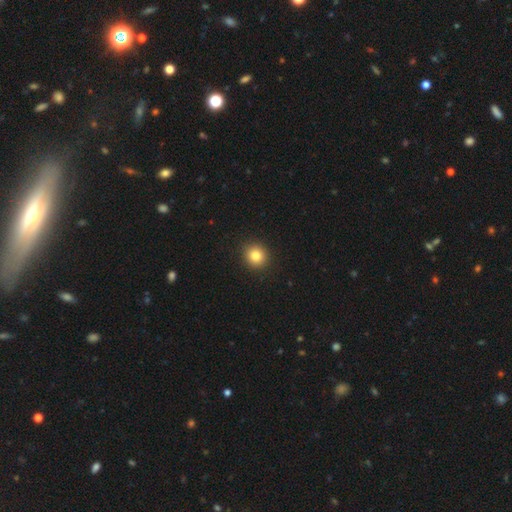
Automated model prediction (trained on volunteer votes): Smooth or featured? smooth (83%)
How rounded? round (89%)
Merging? none (92%)